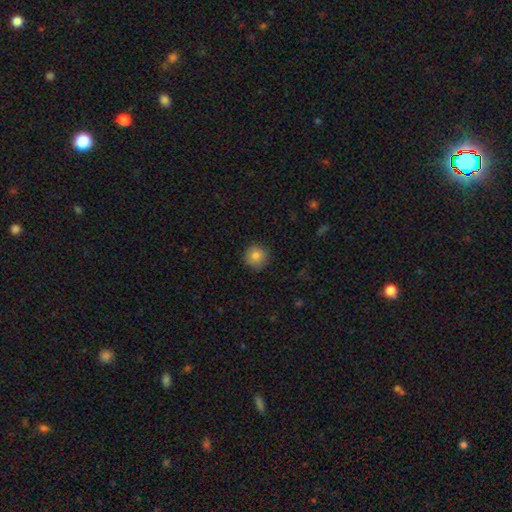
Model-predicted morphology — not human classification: Smooth or featured? Predicted: smooth (p=0.83). How rounded? Predicted: round (p=0.94). Merging? Predicted: none (p=0.90).